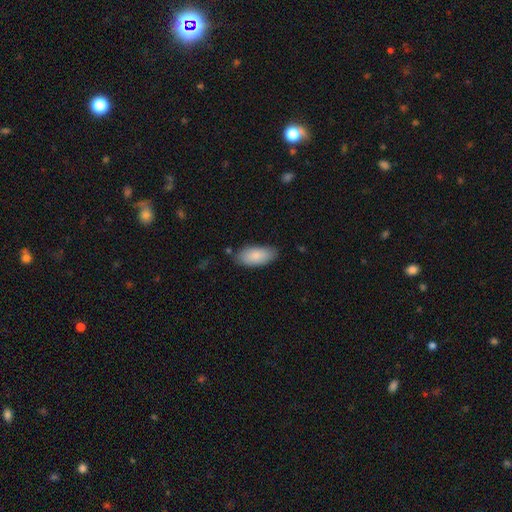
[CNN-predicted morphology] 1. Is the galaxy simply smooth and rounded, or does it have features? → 86% smooth, 9% featured or disk, 6% star or artifact.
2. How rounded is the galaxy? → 91% in between, 7% cigar-shaped, 2% round.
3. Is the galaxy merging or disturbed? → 78% none, 16% minor disturbance, 3% major disturbance, 2% merger.